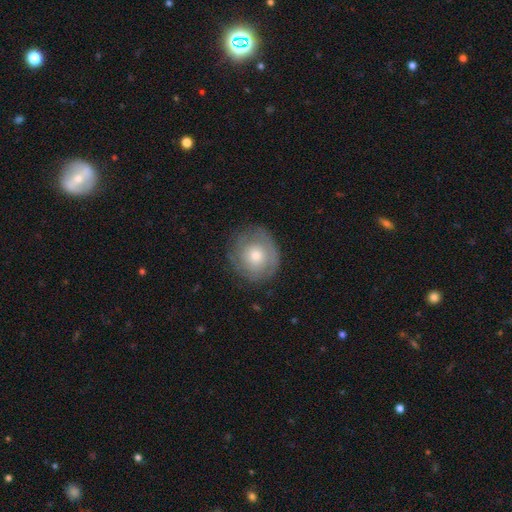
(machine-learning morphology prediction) The model was most divided on "smooth or featured": featured or disk: 52%, smooth: 41%, star or artifact: 7%. More confident: edge-on disk — no (96%); bar — no (86%); merging — none (77%); spiral arms — yes (69%); bulge size — moderate (55%).